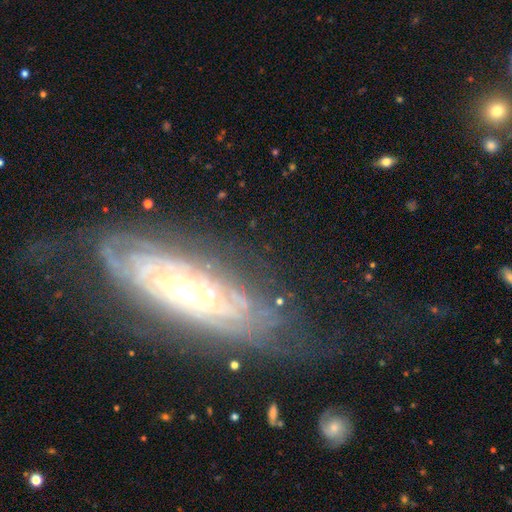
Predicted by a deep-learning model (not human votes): Smooth or featured? featured or disk (85%)
Edge-on disk? no (84%)
Bar? no (68%)
Spiral arms? yes (92%)
Spiral winding? tight (79%)
Spiral arm count? can't tell (49%)
Bulge size? moderate (62%)
Merging? none (70%)